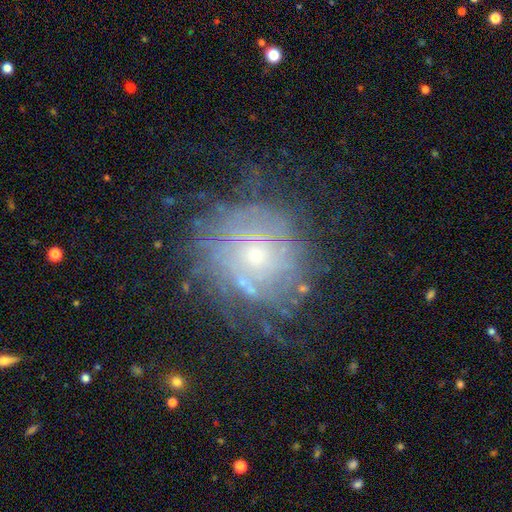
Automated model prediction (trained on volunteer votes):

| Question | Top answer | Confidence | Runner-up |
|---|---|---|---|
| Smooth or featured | featured or disk | 67% | smooth (21%) |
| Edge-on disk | no | 96% | yes (4%) |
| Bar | no | 86% | weak (12%) |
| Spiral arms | yes | 64% | no (36%) |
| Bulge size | small | 47% | moderate (45%) |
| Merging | none | 61% | minor disturbance (20%) |